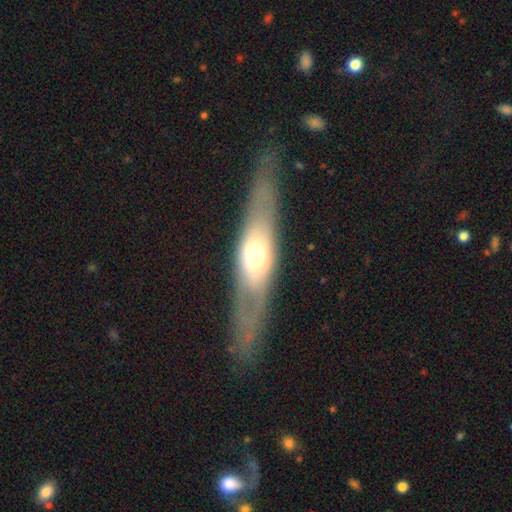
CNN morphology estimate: smooth_or_featured: featured or disk (p=0.48) [alt: smooth p=0.44]
merging: none (p=0.78) [alt: minor disturbance p=0.13]